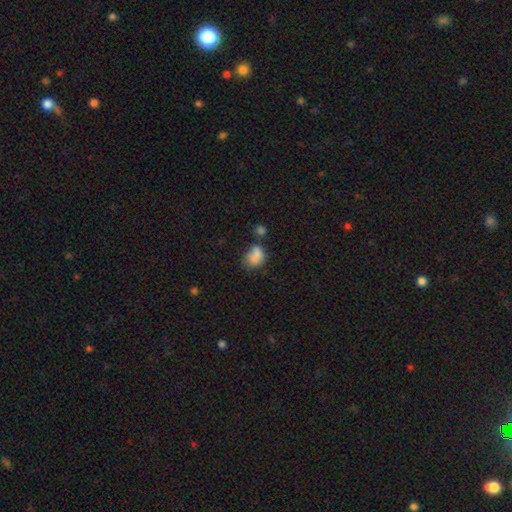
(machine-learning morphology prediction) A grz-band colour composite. It shows a smooth galaxy with no disk features (79%) that is in between round and cigar-shaped (64%). Merging: none (39%).